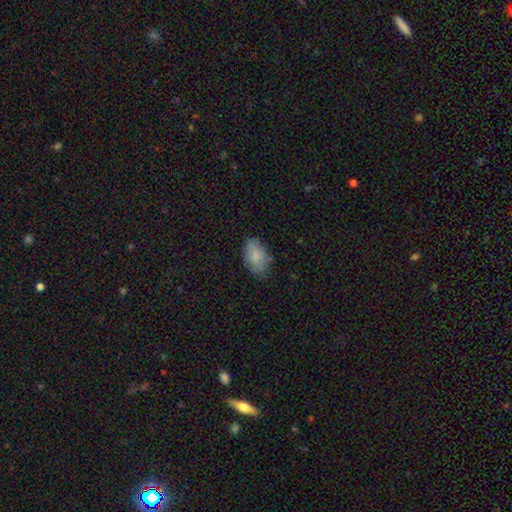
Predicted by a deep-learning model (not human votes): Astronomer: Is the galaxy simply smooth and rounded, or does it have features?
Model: smooth — 82%.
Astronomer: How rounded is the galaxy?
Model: in between — 92%.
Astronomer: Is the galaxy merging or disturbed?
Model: none — 76%.